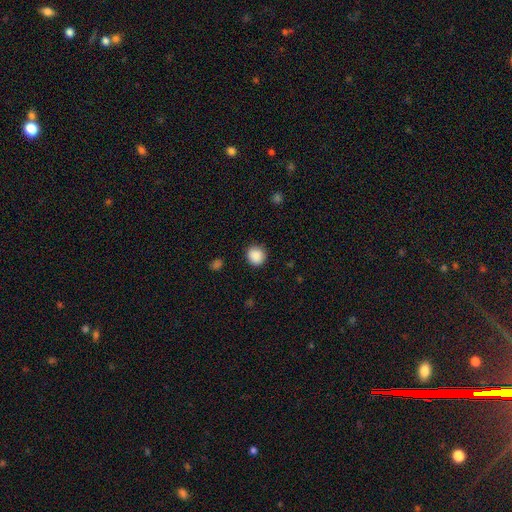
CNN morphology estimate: Overall: smooth (88%). How rounded: round (89%). Merging: none (88%).